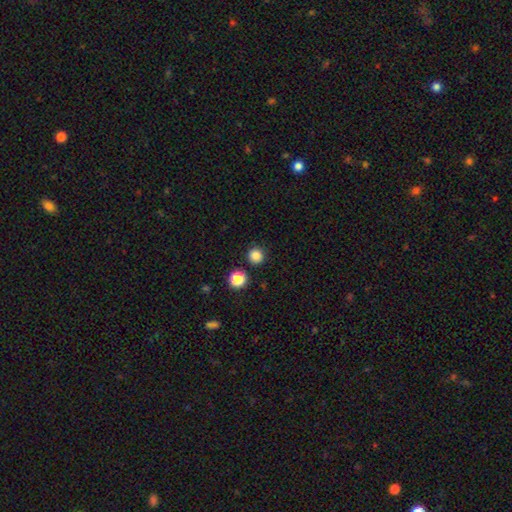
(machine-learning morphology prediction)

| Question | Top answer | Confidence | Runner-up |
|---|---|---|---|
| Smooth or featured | smooth | 84% | star or artifact (13%) |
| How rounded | round | 94% | in between (5%) |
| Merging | none | 88% | minor disturbance (6%) |